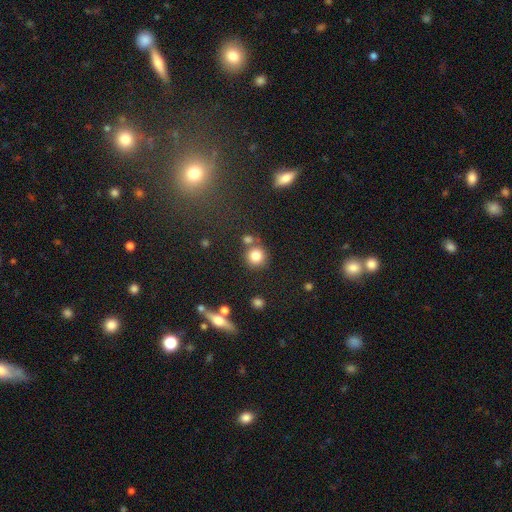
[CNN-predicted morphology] Smooth or featured? Predicted: smooth (p=0.81). How rounded? Predicted: round (p=0.91). Merging? Predicted: none (p=0.70).